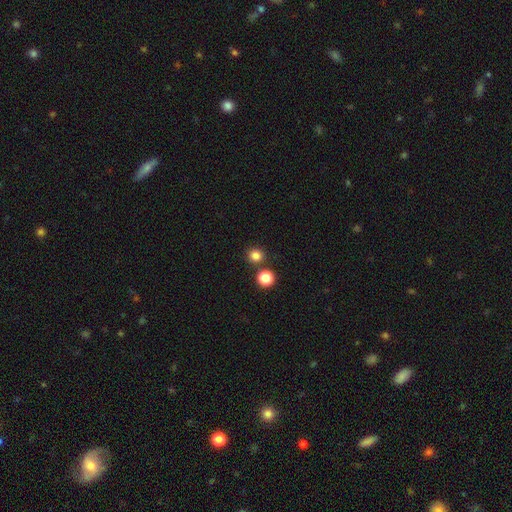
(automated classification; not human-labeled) This is clearly a smooth galaxy (82%). How rounded: clearly round (87%). Merging: clearly none (80%).